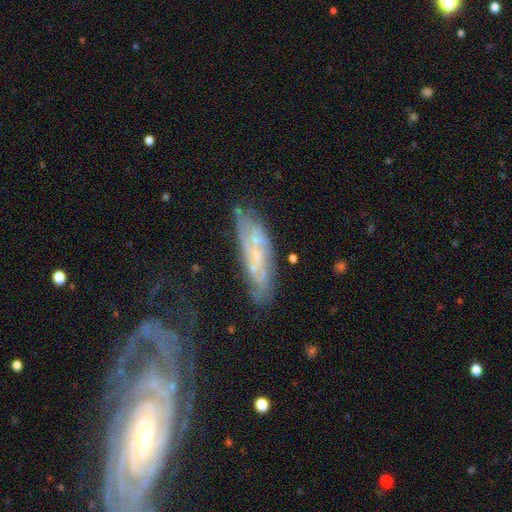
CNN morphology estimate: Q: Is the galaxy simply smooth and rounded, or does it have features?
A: featured or disk — 65%.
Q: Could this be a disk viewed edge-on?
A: no — 77%.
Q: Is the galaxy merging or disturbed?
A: none — 62%.